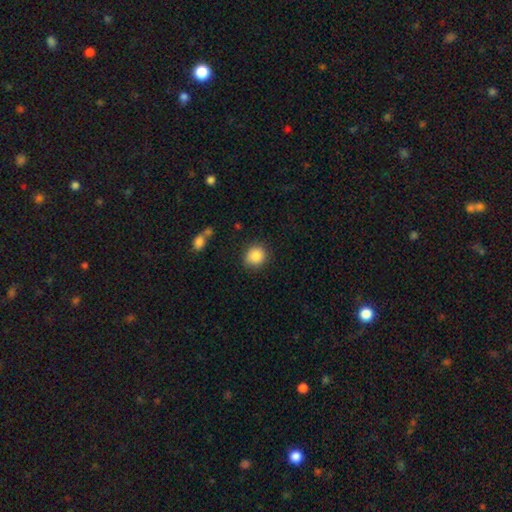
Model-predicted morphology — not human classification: This appears to be a smooth galaxy with no disk features (87%) that is round (78%). Merging: none (81%).